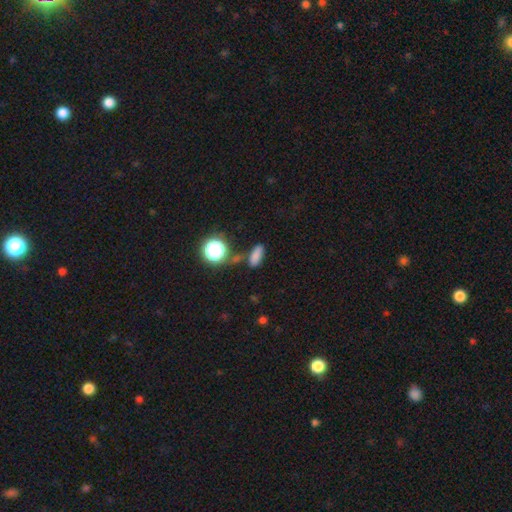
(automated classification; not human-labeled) This is likely a smooth galaxy (75%). How rounded: likely in between (66%). Merging: likely none (69%).